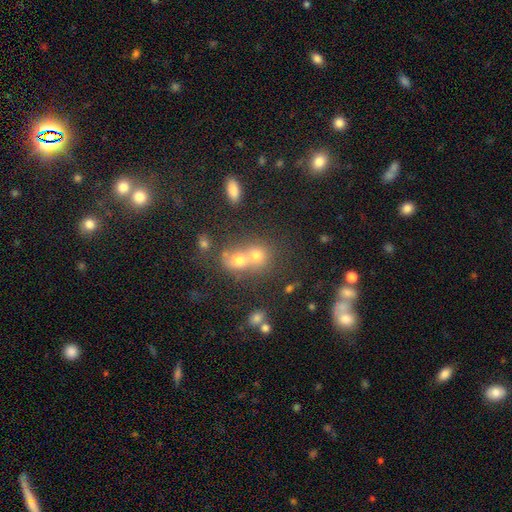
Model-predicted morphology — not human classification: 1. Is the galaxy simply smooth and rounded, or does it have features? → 68% smooth, 17% star or artifact, 15% featured or disk.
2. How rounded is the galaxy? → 72% round, 26% in between, 1% cigar-shaped.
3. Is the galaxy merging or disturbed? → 59% merger, 32% none, 6% minor disturbance, 3% major disturbance.